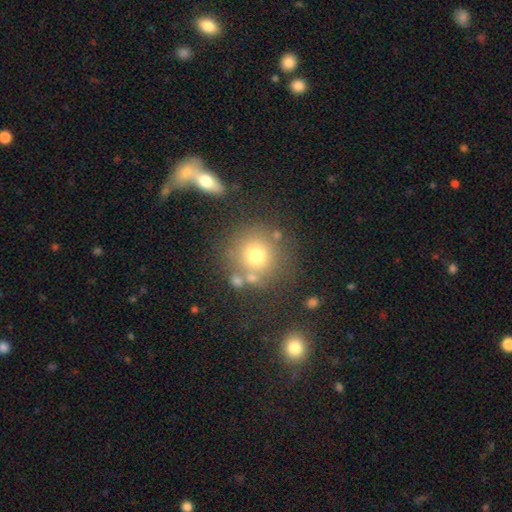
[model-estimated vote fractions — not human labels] A smooth galaxy with no disk features (71%) that is round (90%). Merging: none (71%).